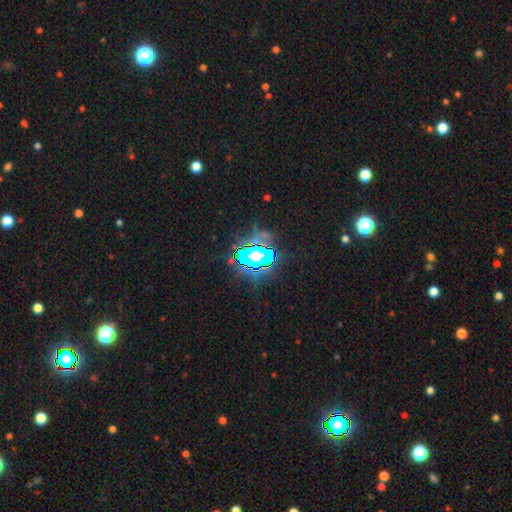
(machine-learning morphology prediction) Smooth or featured? star or artifact (71%)